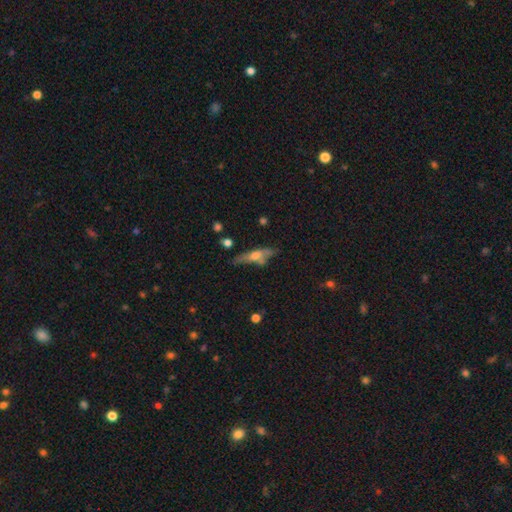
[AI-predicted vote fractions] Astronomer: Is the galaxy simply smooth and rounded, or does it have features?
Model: featured or disk — 49% (runner-up: smooth, 43%).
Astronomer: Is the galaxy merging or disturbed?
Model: none — 55%.